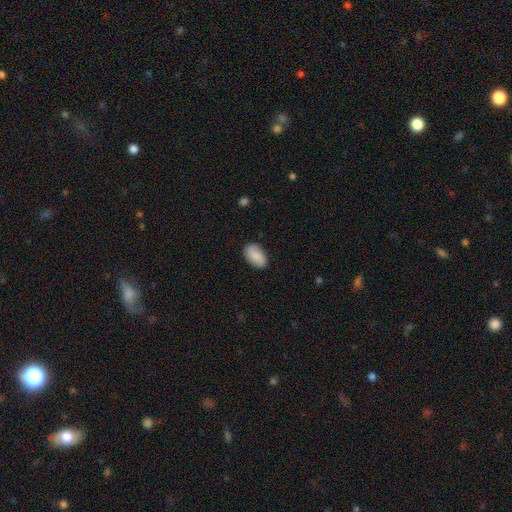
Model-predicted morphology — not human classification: Q: Smooth or featured?
A: smooth (81%); runner-up: featured or disk (13%)
Q: How rounded?
A: in between (93%); runner-up: round (5%)
Q: Merging?
A: none (84%); runner-up: minor disturbance (12%)